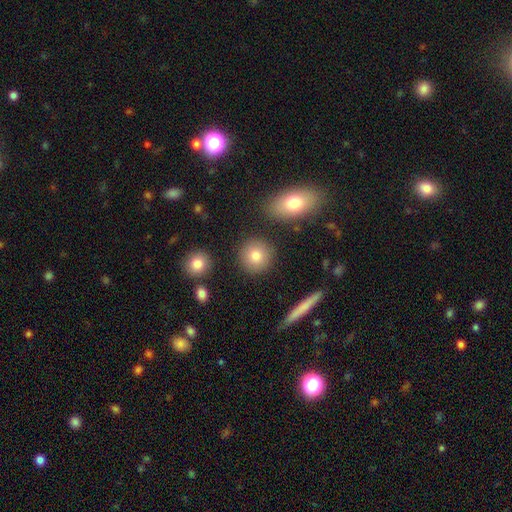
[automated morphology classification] The model was most divided on "smooth or featured": smooth: 81%, featured or disk: 10%, star or artifact: 9%. More confident: how rounded — round (91%); merging — none (88%).